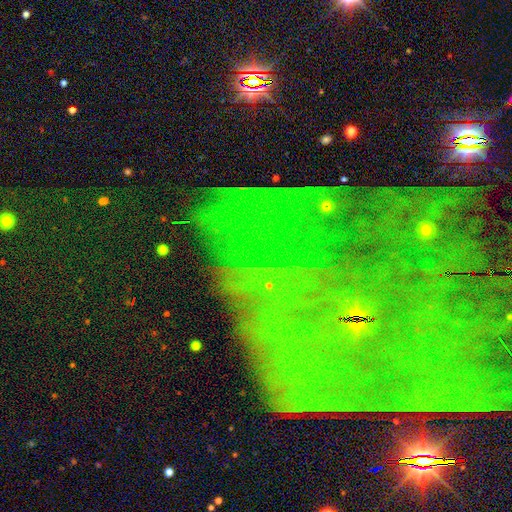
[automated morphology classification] Overall: star or artifact (67%).